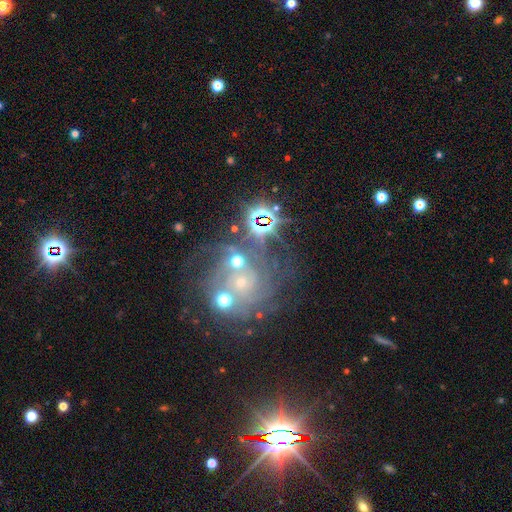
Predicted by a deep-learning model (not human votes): smooth_or_featured: star or artifact (p=0.58) [alt: featured or disk p=0.25]